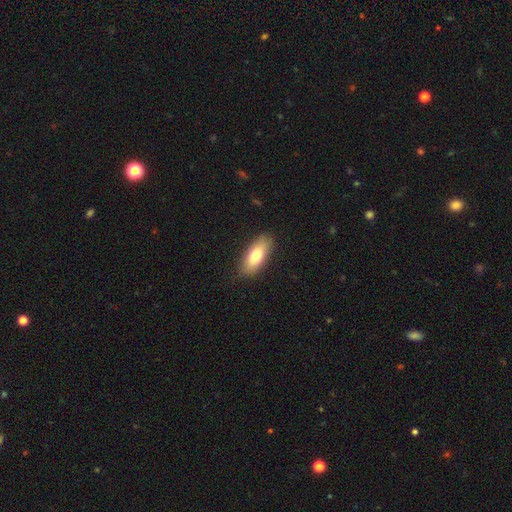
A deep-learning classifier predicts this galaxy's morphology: The model was most divided on "smooth or featured": smooth: 76%, featured or disk: 18%, star or artifact: 6%. More confident: merging — none (86%); how rounded — in between (81%).